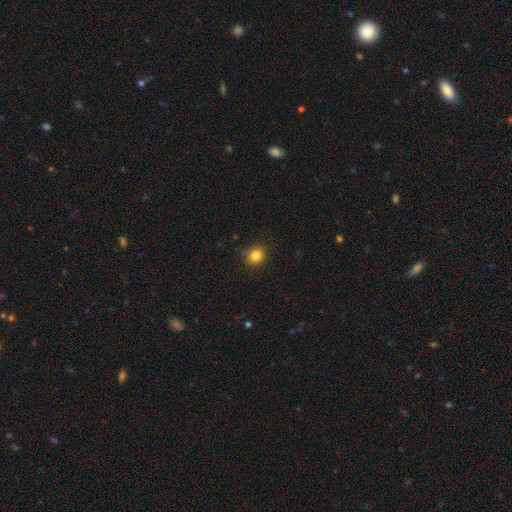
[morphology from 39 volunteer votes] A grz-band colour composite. It shows a smooth galaxy with no disk features (85%) that is round (58%). Merging: none (83%).